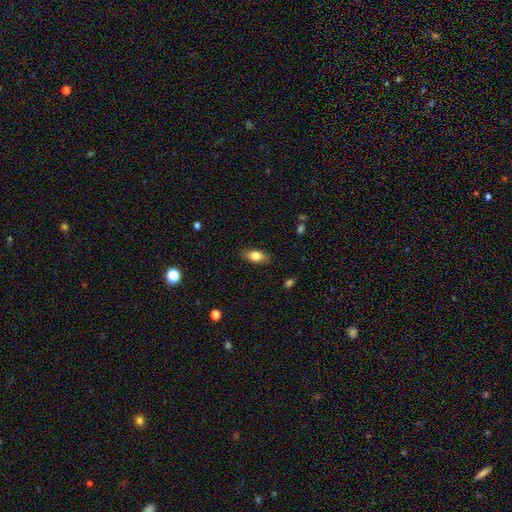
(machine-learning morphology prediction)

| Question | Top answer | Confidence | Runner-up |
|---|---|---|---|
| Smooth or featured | smooth | 79% | featured or disk (14%) |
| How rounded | in between | 86% | cigar-shaped (9%) |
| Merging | none | 84% | minor disturbance (12%) |